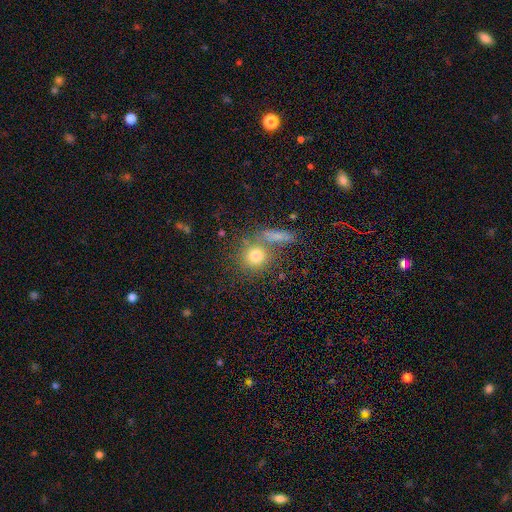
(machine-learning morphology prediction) Smooth or featured? smooth (76%)
How rounded? round (86%)
Merging? none (66%)